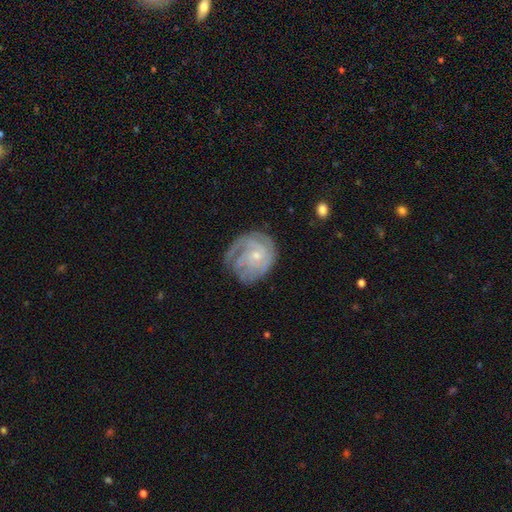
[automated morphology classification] Smooth or featured: featured or disk — 77% (smooth — 17%)
Edge-on disk: no — 98% (yes — 2%)
Bar: no — 74% (weak — 23%)
Spiral arms: yes — 91% (no — 9%)
Spiral winding: tight — 66% (medium — 25%)
Spiral arm count: can't tell — 39% (3 — 21%)
Bulge size: small — 71% (moderate — 23%)
Merging: none — 60% (minor disturbance — 23%)